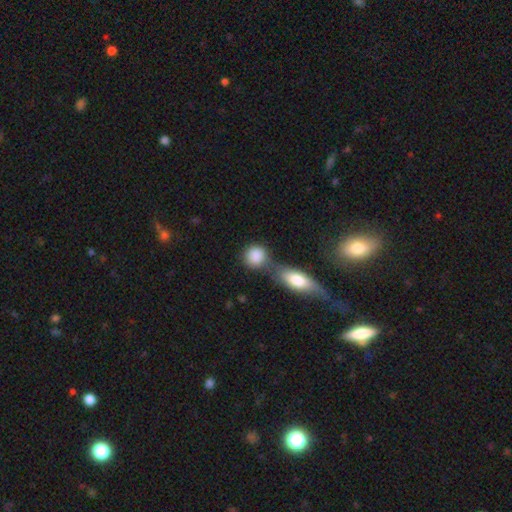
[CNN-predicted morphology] A smooth galaxy with no disk features (87%) that is round (78%). Merging: none (46%).